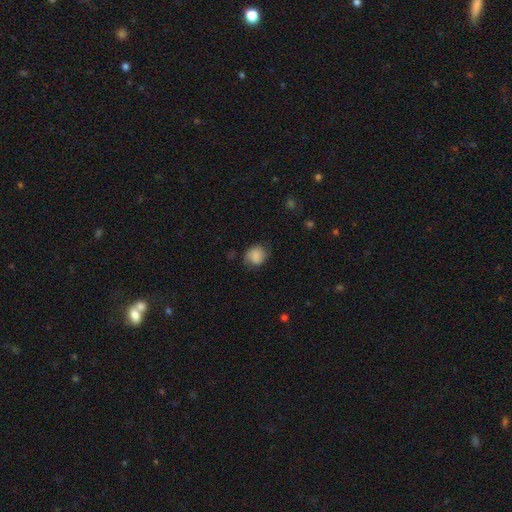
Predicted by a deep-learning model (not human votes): The model was most divided on "how rounded": round: 69%, in between: 30%, cigar-shaped: 1%. More confident: smooth or featured — smooth (75%); merging — none (68%).